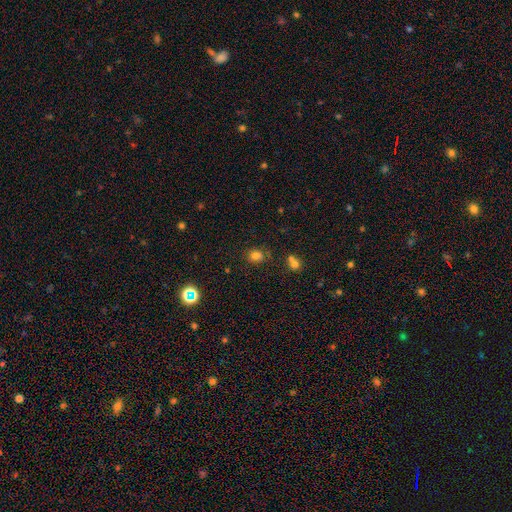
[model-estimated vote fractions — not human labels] Smooth or featured: smooth — 77% (star or artifact — 17%)
How rounded: round — 63% (in between — 36%)
Merging: none — 72% (minor disturbance — 14%)